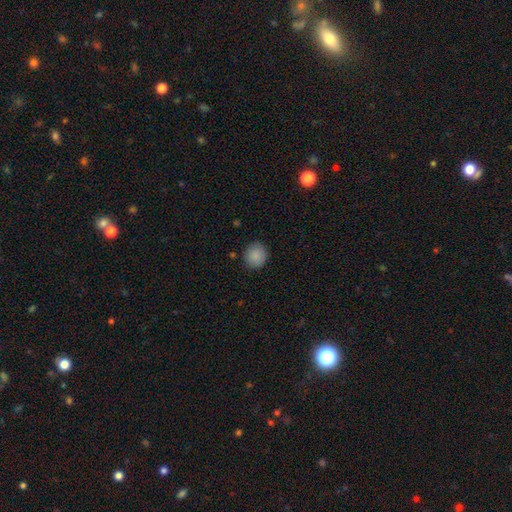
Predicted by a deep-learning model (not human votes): This is clearly a smooth galaxy (88%). How rounded: clearly round (86%). Merging: clearly none (87%).